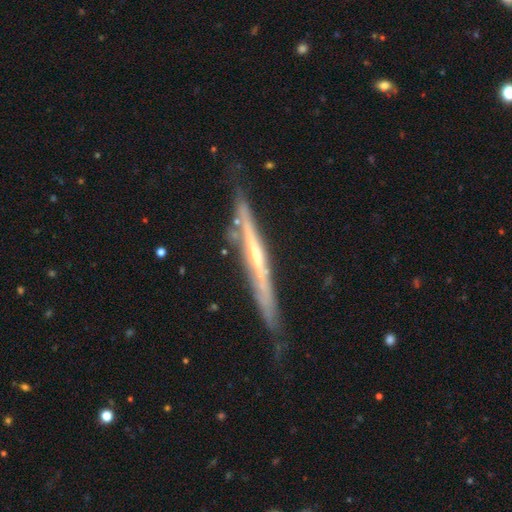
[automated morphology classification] Smooth or featured? Predicted: featured or disk (p=0.80). Edge-on disk? Predicted: yes (p=0.93). Edge-on bulge? Predicted: none (p=0.49). Merging? Predicted: none (p=0.71).